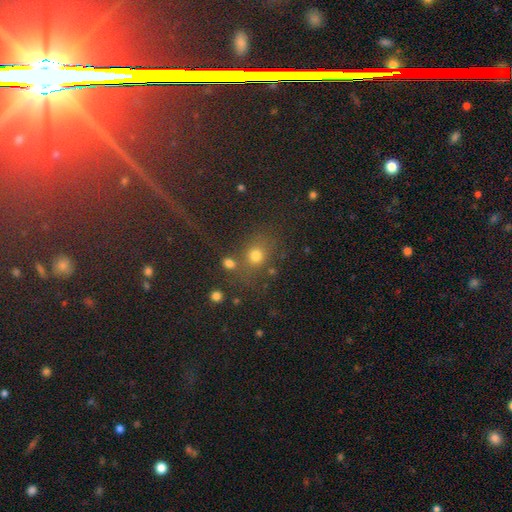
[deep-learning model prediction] Q: Smooth or featured?
A: smooth (69%); runner-up: star or artifact (21%)
Q: How rounded?
A: round (74%); runner-up: in between (24%)
Q: Merging?
A: none (63%); runner-up: merger (16%)